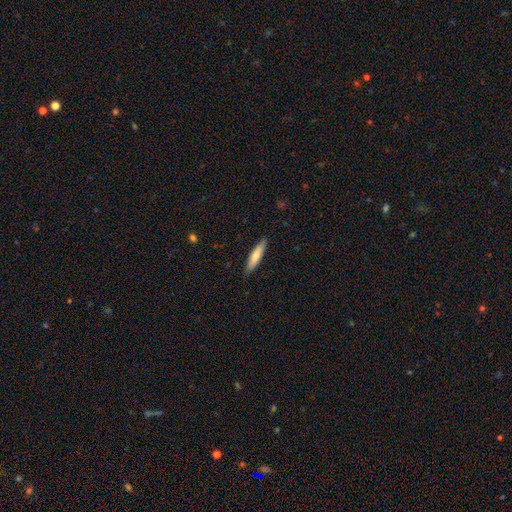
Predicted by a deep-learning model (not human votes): Smooth or featured: smooth — 70% (featured or disk — 24%)
How rounded: cigar-shaped — 82% (in between — 17%)
Merging: none — 85% (minor disturbance — 12%)